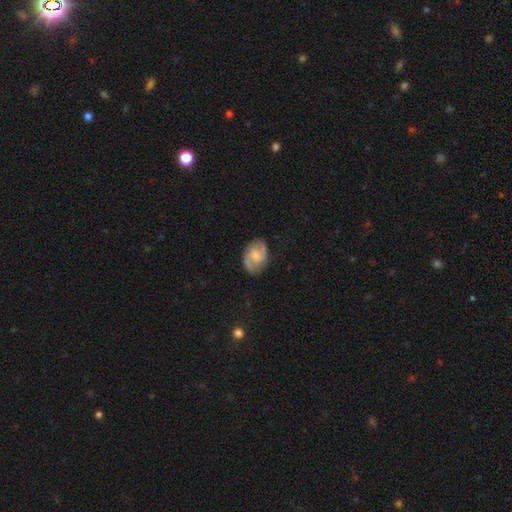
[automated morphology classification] Smooth or featured? featured or disk (69%)
Edge-on disk? no (97%)
Bar? no (48%)
Spiral arms? yes (93%)
Spiral winding? medium (51%)
Spiral arm count? 2 (86%)
Bulge size? small (45%)
Merging? none (77%)